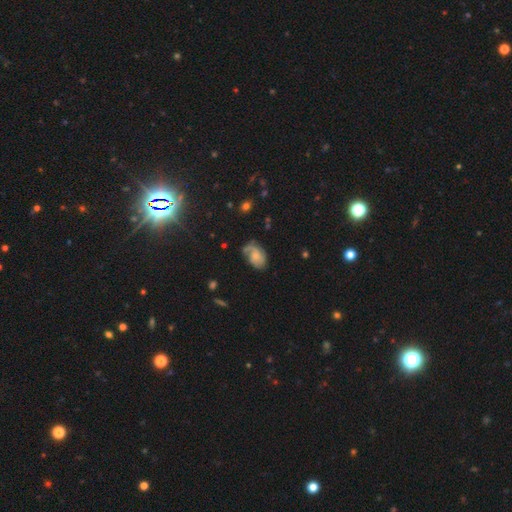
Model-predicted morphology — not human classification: type=featured or disk (58%); edge-on=no (96%); bar=no (71%); spiral arms=yes (87%); bulge=small (52%); merging=none (52%).